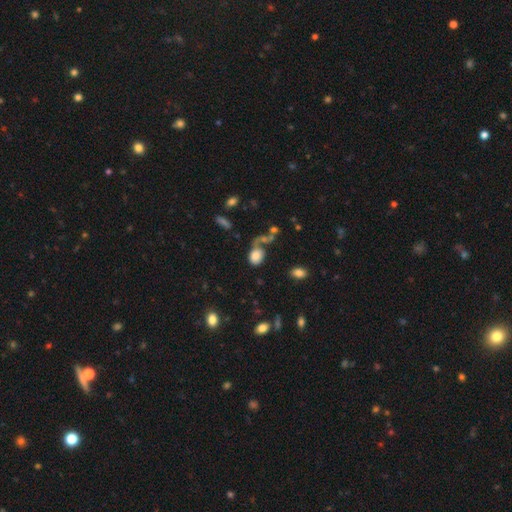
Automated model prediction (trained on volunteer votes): Smooth or featured? smooth (74%)
How rounded? in between (57%)
Merging? none (36%)